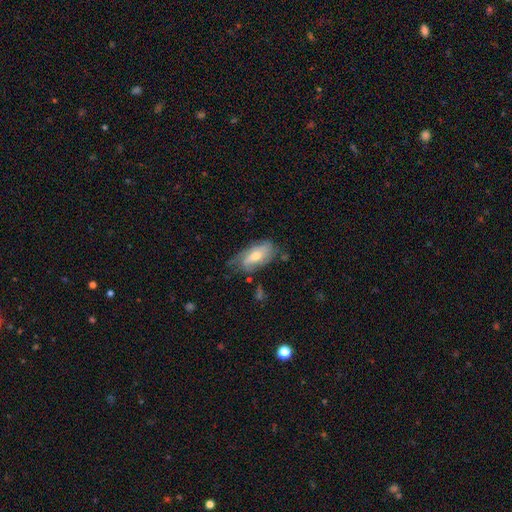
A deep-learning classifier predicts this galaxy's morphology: This appears to be a featured or disk galaxy (52%). Merging: none (52%).